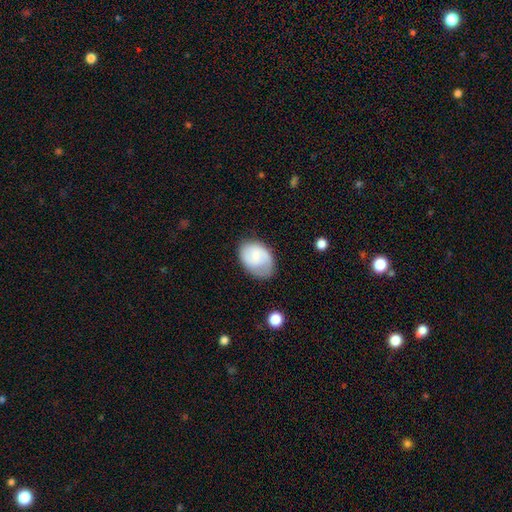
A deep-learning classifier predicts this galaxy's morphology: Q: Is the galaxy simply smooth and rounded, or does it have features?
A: smooth — 53%.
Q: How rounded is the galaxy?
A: in between — 76%.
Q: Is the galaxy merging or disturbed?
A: none — 64%.